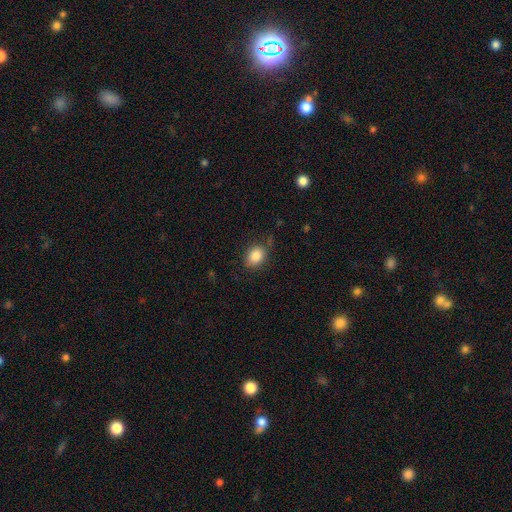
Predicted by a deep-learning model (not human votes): This is clearly a smooth galaxy (85%). How rounded: likely in between (74%). Merging: likely none (73%).